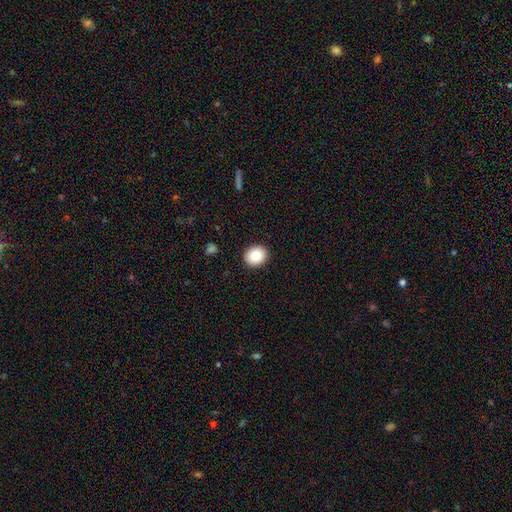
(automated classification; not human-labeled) A smooth galaxy with no disk features (85%) that is round (67%).

Vote fractions:
- Smooth or featured? smooth: 85% / star or artifact: 9% / featured or disk: 7%
- How rounded? round: 67% / in between: 32% / cigar-shaped: 1%
- Merging? none: 92% / minor disturbance: 6% / major disturbance: 2% / merger: 1%